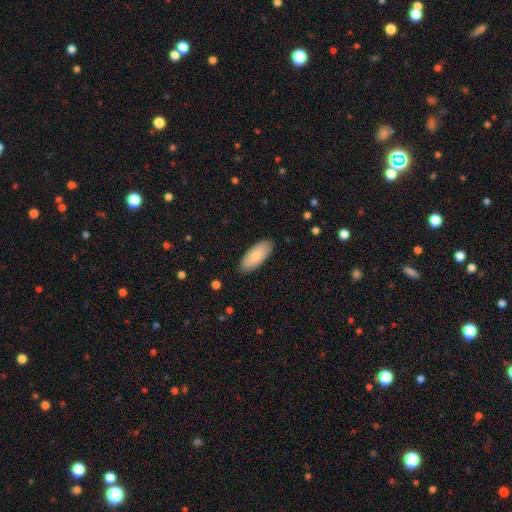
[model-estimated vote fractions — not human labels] Q: Smooth or featured?
A: smooth (78%); runner-up: featured or disk (16%)
Q: How rounded?
A: in between (88%); runner-up: cigar-shaped (11%)
Q: Merging?
A: none (86%); runner-up: minor disturbance (11%)